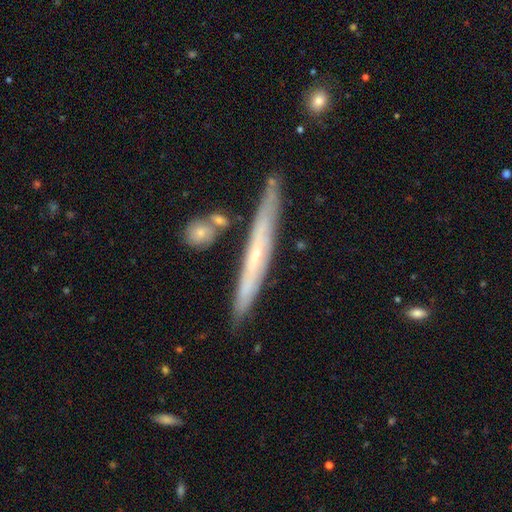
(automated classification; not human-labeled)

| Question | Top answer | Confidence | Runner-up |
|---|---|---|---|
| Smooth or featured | featured or disk | 65% | smooth (28%) |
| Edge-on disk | yes | 90% | no (10%) |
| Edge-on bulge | none | 60% | rounded (37%) |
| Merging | none | 83% | minor disturbance (11%) |